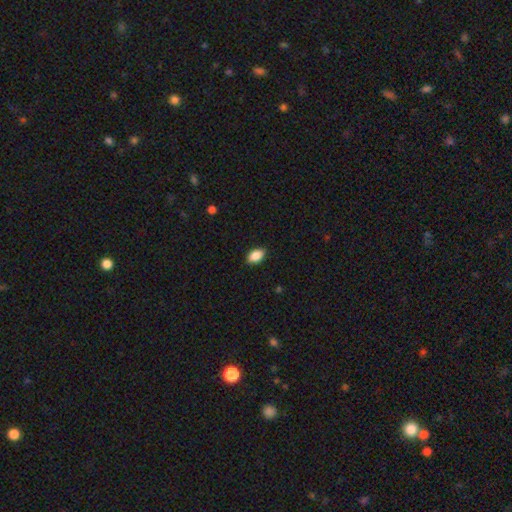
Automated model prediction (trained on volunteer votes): Overall: smooth (88%). How rounded: in between (91%). Merging: none (88%).